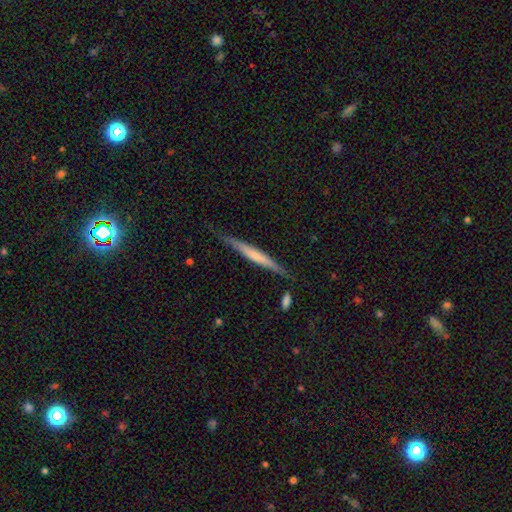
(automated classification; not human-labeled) A featured or disk galaxy (53%) viewed edge-on (96%) with no central bulge (56%).

Vote fractions:
- Smooth or featured? featured or disk: 53% / smooth: 42% / star or artifact: 6%
- Edge-on disk? yes: 96% / no: 4%
- Edge-on bulge? none: 56% / rounded: 32% / boxy: 12%
- Merging? none: 80% / minor disturbance: 14% / merger: 3% / major disturbance: 3%